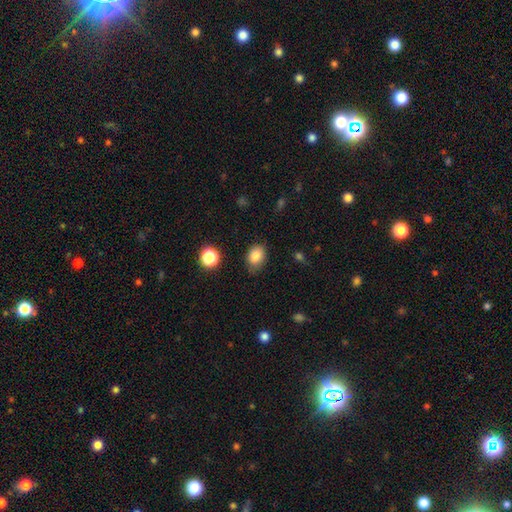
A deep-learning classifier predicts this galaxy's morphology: type=smooth (84%); roundness=in between (67%); merging=none (74%).